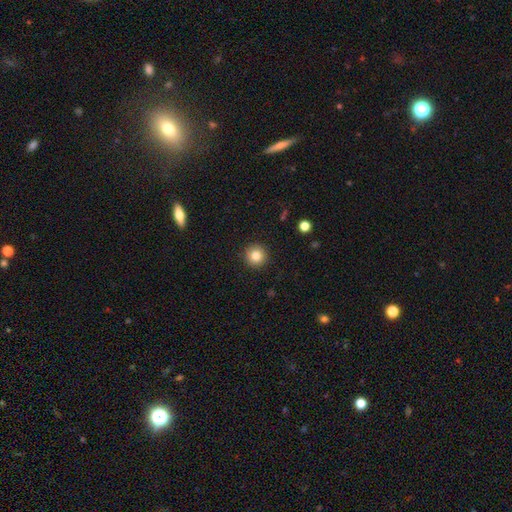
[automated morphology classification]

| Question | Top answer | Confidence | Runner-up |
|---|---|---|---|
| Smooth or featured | smooth | 83% | star or artifact (10%) |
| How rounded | round | 96% | in between (3%) |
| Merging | none | 92% | minor disturbance (5%) |